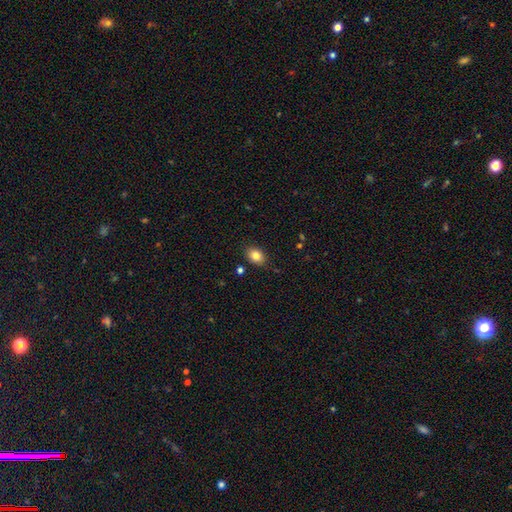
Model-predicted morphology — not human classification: Smooth or featured? Predicted: smooth (p=0.83). How rounded? Predicted: in between (p=0.71). Merging? Predicted: none (p=0.85).